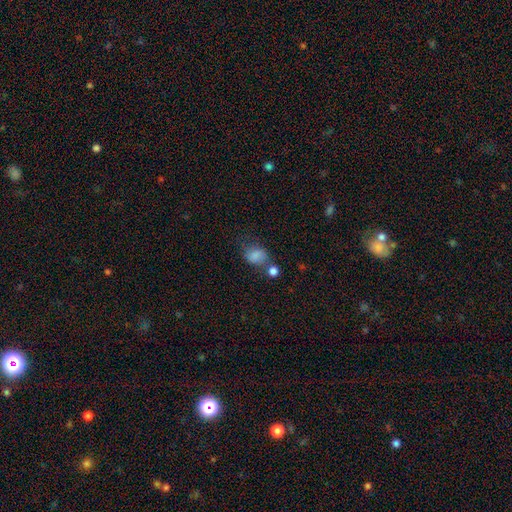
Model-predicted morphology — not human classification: smooth-or-featured: smooth: 80% | star or artifact: 11% | featured or disk: 9%
  how-rounded: in between: 58% | round: 41% | cigar-shaped: 1%
  merging: none: 49% | minor disturbance: 22% | merger: 19% | major disturbance: 10%